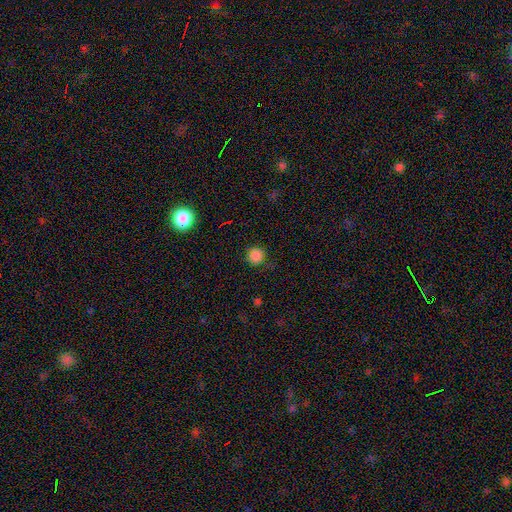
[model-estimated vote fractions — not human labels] Smooth or featured: smooth — 84% (star or artifact — 12%)
How rounded: round — 94% (in between — 5%)
Merging: none — 86% (minor disturbance — 10%)